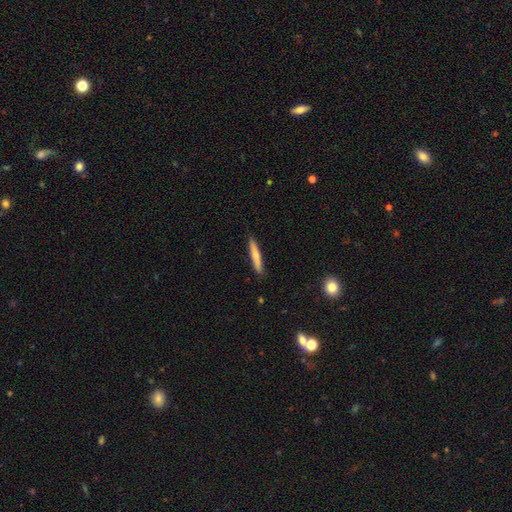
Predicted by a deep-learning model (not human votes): A smooth galaxy with no disk features (61%) that is cigar-shaped (93%). Merging: none (89%).